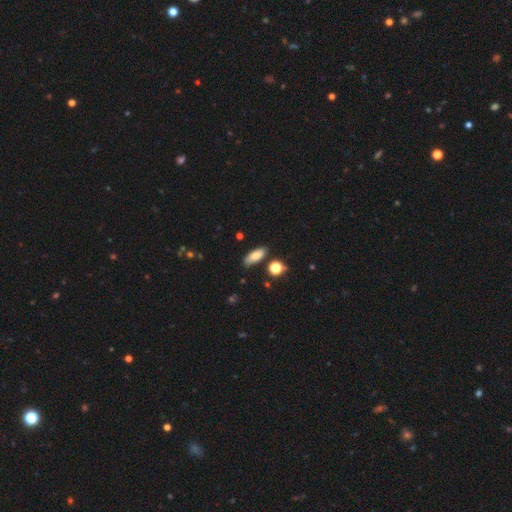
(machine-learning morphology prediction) Overall: smooth (80%). How rounded: in between (74%). Merging: none (79%).